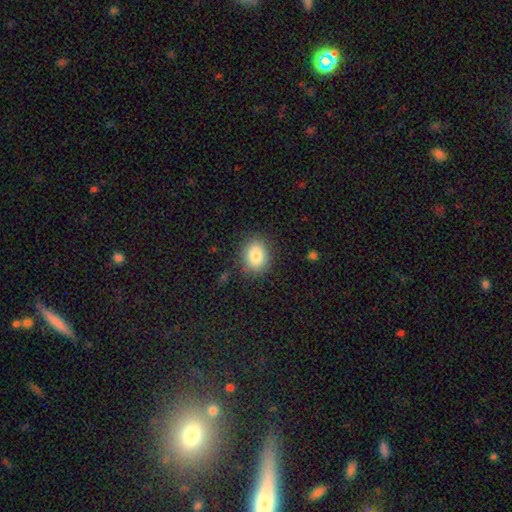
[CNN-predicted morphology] The model was most divided on "how rounded": in between: 53%, round: 46%, cigar-shaped: 1%. More confident: merging — none (85%); smooth or featured — smooth (84%).